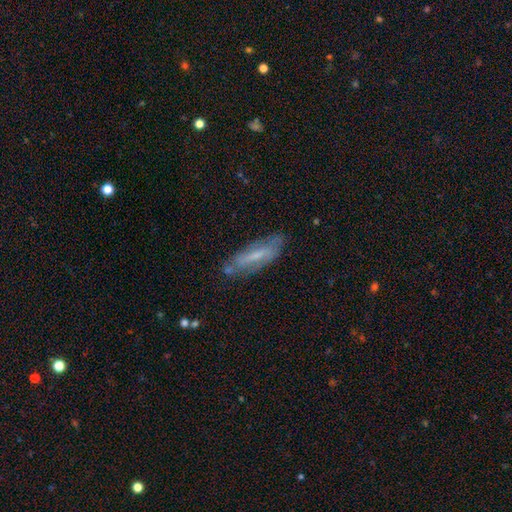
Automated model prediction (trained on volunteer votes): The model was most divided on "smooth or featured": featured or disk: 51%, smooth: 41%, star or artifact: 8%. More confident: merging — none (68%); edge-on disk — no (64%).